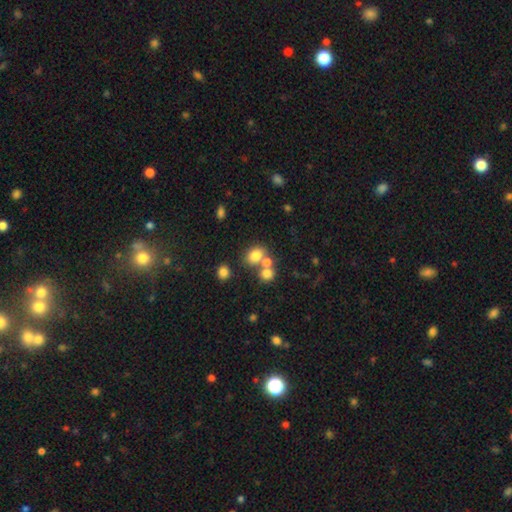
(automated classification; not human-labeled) Morphology: type=smooth (75%); roundness=in between (52%); merging=none (46%).